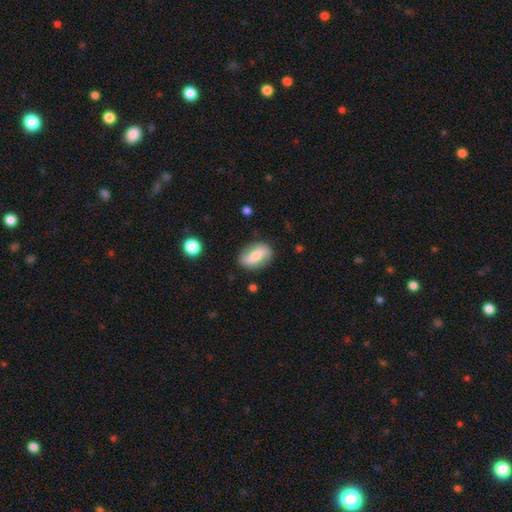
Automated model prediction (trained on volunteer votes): A featured or disk galaxy (49%). Merging: none (84%).